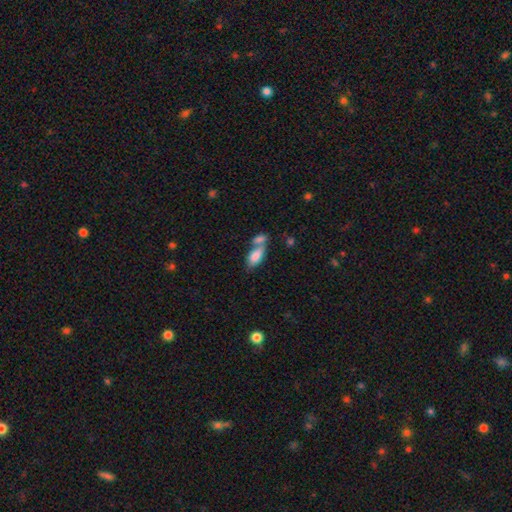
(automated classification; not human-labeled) A smooth galaxy with no disk features (82%) that is in between round and cigar-shaped (87%). Merging: merger (52%).